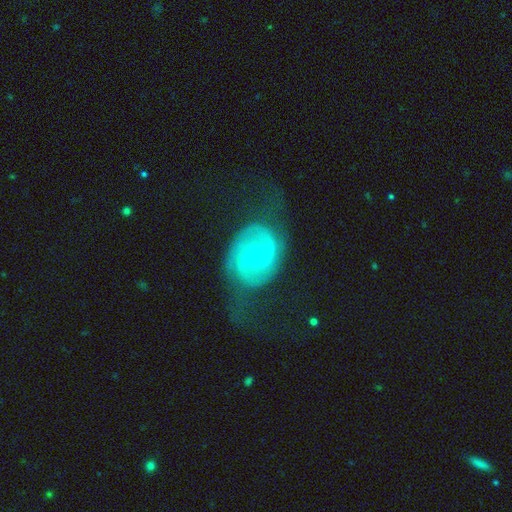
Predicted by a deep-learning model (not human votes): A featured or disk galaxy (85%) with a weak bar (41%), 2 (87%) medium (50%) spiral arms (94%) and a small central bulge (78%). Merging: none (55%).